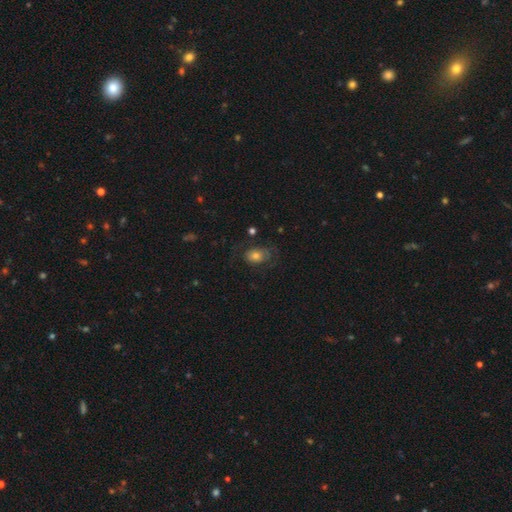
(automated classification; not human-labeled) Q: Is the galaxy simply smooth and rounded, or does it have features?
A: smooth — 59%.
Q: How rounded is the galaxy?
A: in between — 77%.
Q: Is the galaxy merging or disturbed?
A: none — 56%.